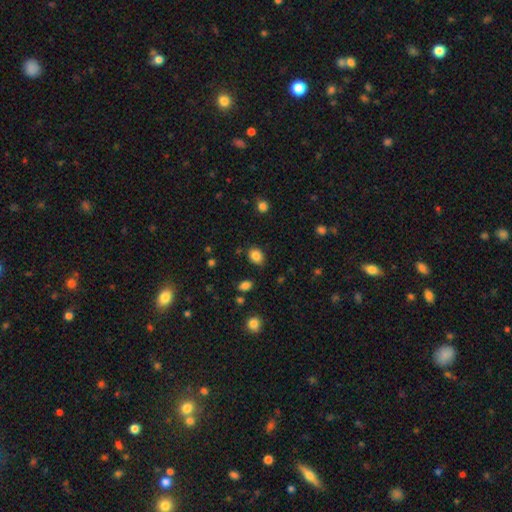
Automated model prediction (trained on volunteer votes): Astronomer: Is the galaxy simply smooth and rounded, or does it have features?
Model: smooth — 85%.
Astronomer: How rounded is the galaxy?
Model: in between — 53% (runner-up: round, 46%).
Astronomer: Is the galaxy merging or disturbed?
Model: none — 81%.